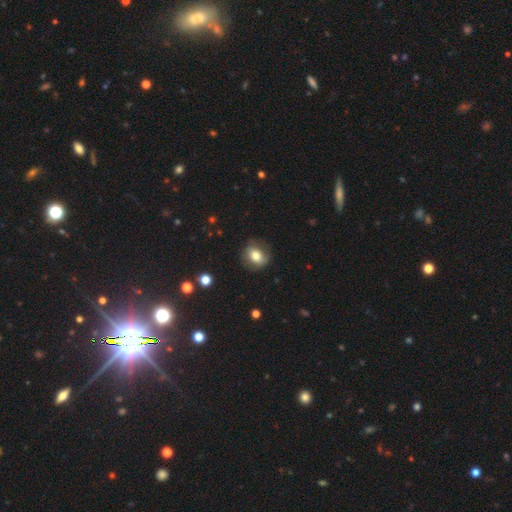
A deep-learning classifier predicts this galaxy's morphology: Smooth or featured: smooth — 65% (featured or disk — 26%)
How rounded: round — 60% (in between — 39%)
Merging: none — 76% (minor disturbance — 16%)